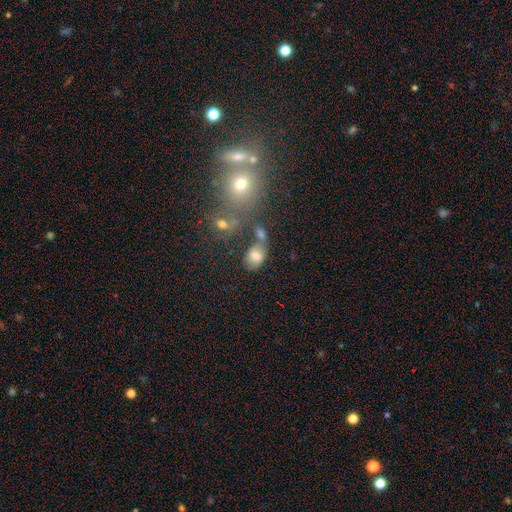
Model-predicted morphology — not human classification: type=smooth (71%); roundness=in between (77%); merging=none (38%).